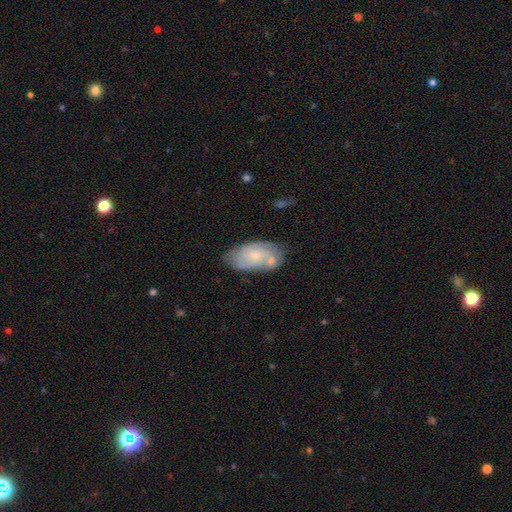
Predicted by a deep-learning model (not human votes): Smooth or featured? Predicted: featured or disk (p=0.54). Edge-on disk? Predicted: no (p=0.95). Bar? Predicted: no (p=0.69). Spiral arms? Predicted: yes (p=0.78). Bulge size? Predicted: small (p=0.63). Merging? Predicted: none (p=0.52).